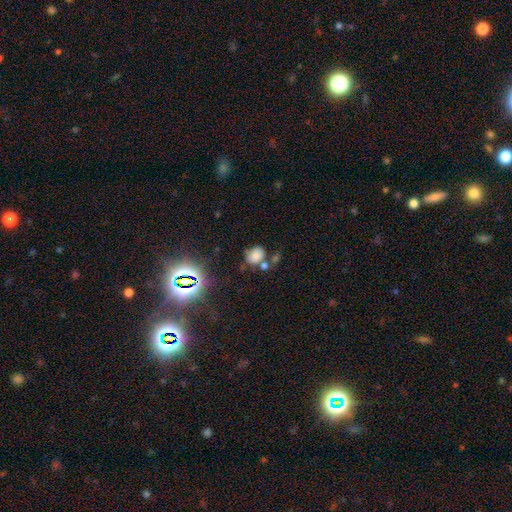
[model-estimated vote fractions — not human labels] Morphology: type=smooth (72%); roundness=in between (50%); merging=none (57%).